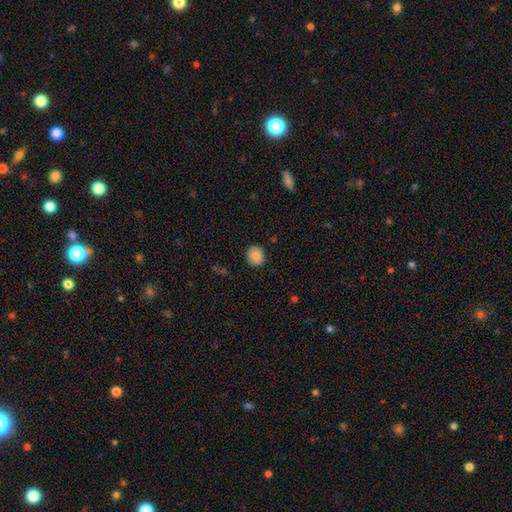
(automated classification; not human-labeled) Morphology: type=smooth (87%); roundness=round (77%); merging=none (88%).